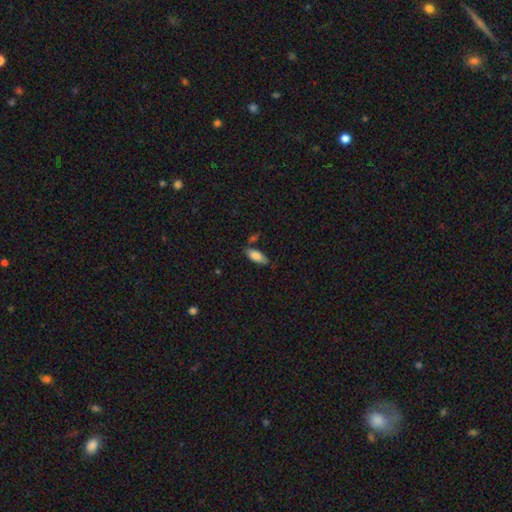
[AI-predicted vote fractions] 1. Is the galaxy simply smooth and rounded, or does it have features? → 83% smooth, 10% featured or disk, 7% star or artifact.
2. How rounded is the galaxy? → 82% in between, 16% cigar-shaped, 2% round.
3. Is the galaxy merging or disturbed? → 70% none, 19% minor disturbance, 7% merger, 4% major disturbance.